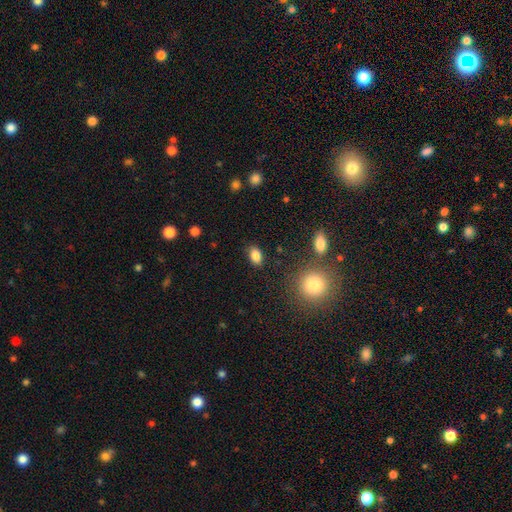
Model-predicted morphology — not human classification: Overall: smooth (85%). How rounded: in between (87%). Merging: none (85%).